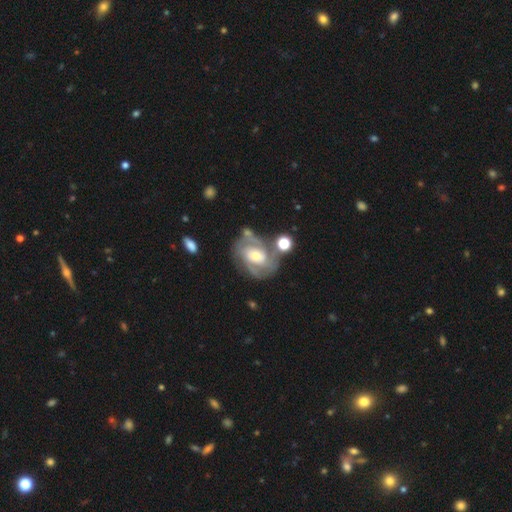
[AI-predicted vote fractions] Smooth or featured: featured or disk — 84% (smooth — 10%)
Edge-on disk: no — 97% (yes — 3%)
Bar: no — 58% (weak — 33%)
Spiral arms: yes — 93% (no — 7%)
Spiral winding: tight — 49% (medium — 41%)
Spiral arm count: 2 — 50% (3 — 20%)
Bulge size: moderate — 58% (small — 33%)
Merging: none — 58% (minor disturbance — 19%)